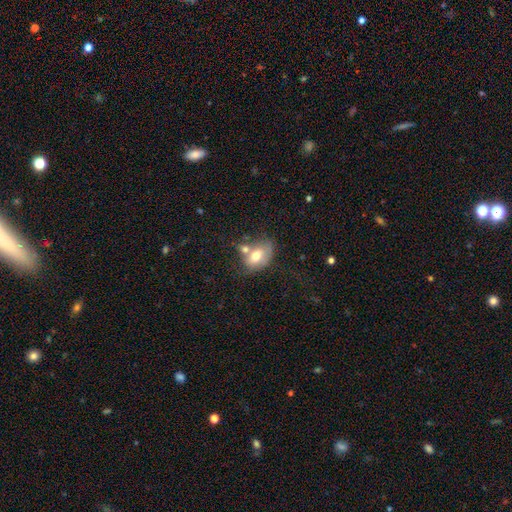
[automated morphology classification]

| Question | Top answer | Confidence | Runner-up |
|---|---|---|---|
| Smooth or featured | smooth | 66% | featured or disk (26%) |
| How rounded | in between | 82% | round (16%) |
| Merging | none | 35% | tied: merger (35%) |